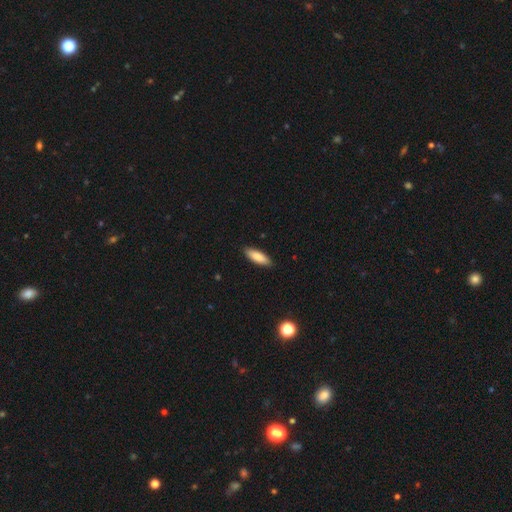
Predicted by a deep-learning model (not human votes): smooth 84%, featured or disk 10%, star or artifact 6%. Down the decision tree: how rounded — in between (57%); merging — none (88%).